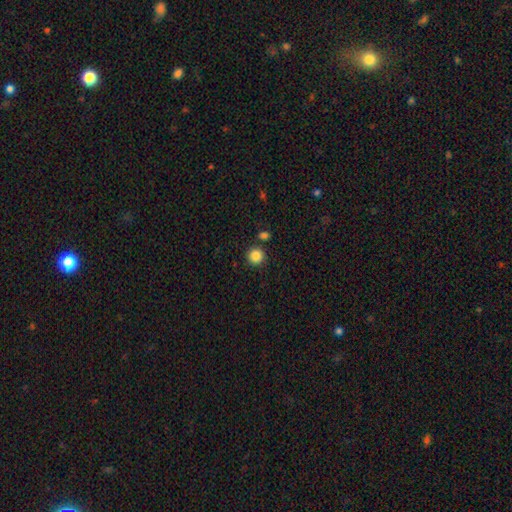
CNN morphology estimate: smooth_or_featured: smooth (p=0.86) [alt: star or artifact p=0.10]
how_rounded: round (p=0.94) [alt: in between p=0.05]
merging: none (p=0.85) [alt: minor disturbance p=0.07]